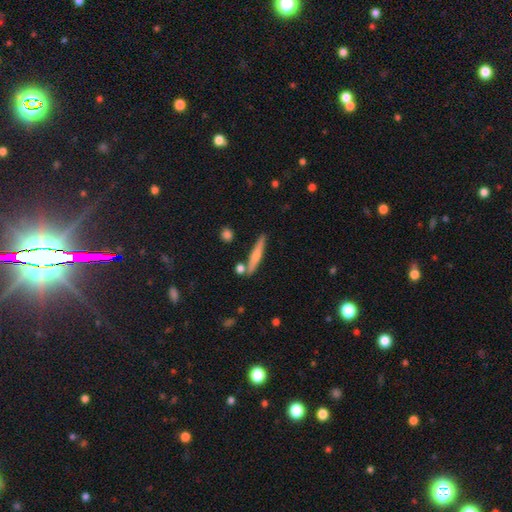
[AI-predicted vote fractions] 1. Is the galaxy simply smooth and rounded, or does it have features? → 56% smooth, 38% featured or disk, 6% star or artifact.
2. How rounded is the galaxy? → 92% cigar-shaped, 6% in between, 2% round.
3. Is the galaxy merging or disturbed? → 81% none, 10% minor disturbance, 7% merger, 2% major disturbance.